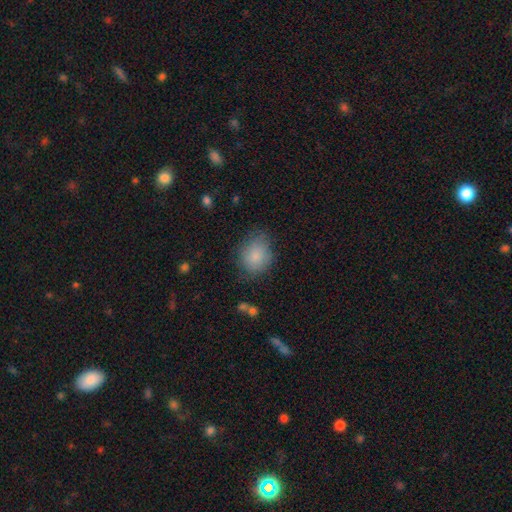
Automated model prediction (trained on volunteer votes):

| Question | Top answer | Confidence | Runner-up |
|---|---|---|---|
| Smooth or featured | smooth | 84% | featured or disk (8%) |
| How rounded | round | 56% | in between (43%) |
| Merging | none | 69% | minor disturbance (23%) |